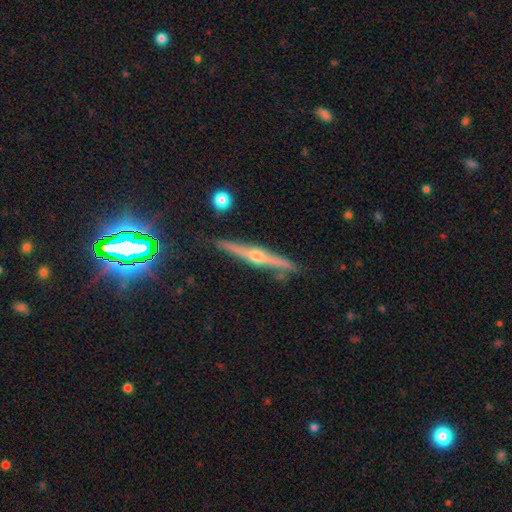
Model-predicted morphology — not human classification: smooth_or_featured: featured or disk (p=0.77) [alt: smooth p=0.16]
disk_edge_on: yes (p=0.98) [alt: no p=0.02]
edge_on_bulge: rounded (p=0.91) [alt: none p=0.05]
merging: none (p=0.86) [alt: minor disturbance p=0.09]